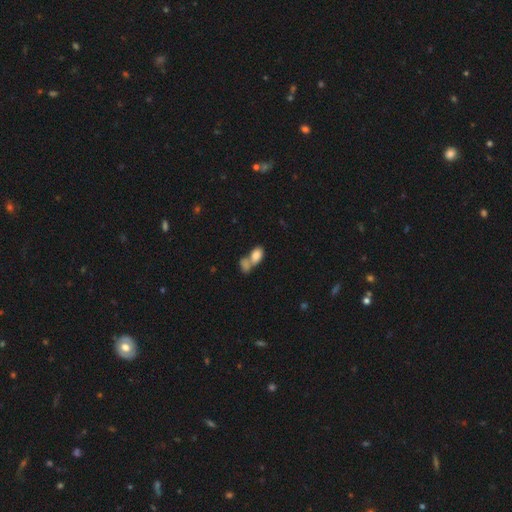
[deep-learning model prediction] This is clearly a smooth galaxy (82%). How rounded: clearly in between (89%). Merging: likely merger (61%).